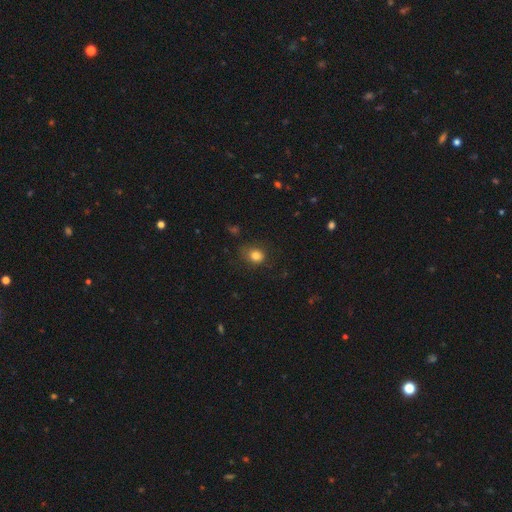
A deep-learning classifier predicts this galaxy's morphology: Overall: smooth (82%). How rounded: round (62%; in between 37%). Merging: none (74%).